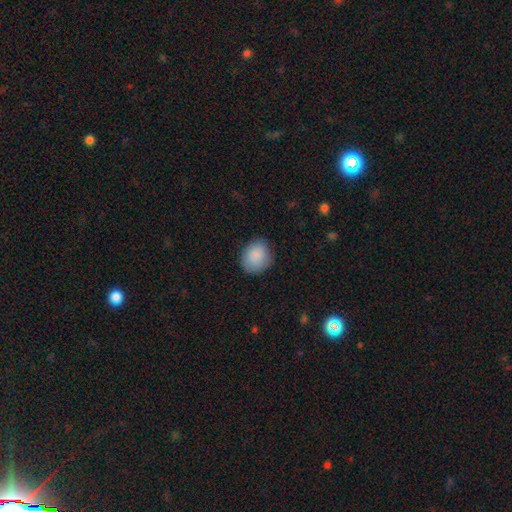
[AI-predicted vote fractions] smooth 88%, star or artifact 7%, featured or disk 5%. Down the decision tree: how rounded — round (65%); merging — none (83%).